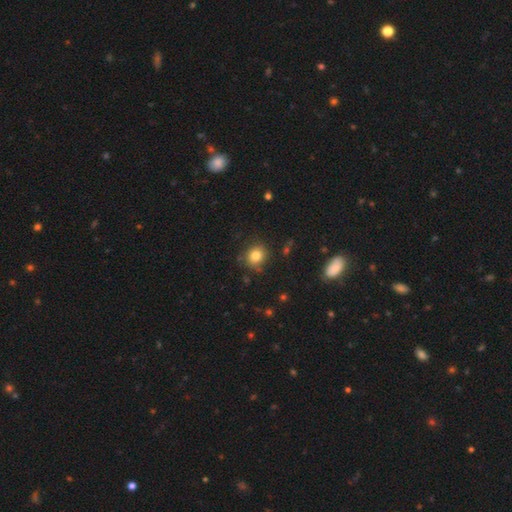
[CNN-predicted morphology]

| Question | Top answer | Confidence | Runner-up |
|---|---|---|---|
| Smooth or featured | smooth | 81% | star or artifact (12%) |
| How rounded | round | 79% | in between (20%) |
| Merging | none | 82% | minor disturbance (13%) |